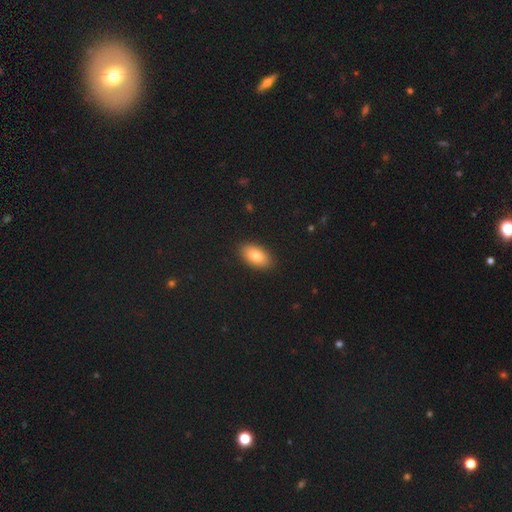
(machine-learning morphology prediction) A smooth galaxy with no disk features (80%) that is in between round and cigar-shaped (93%). Merging: none (90%).